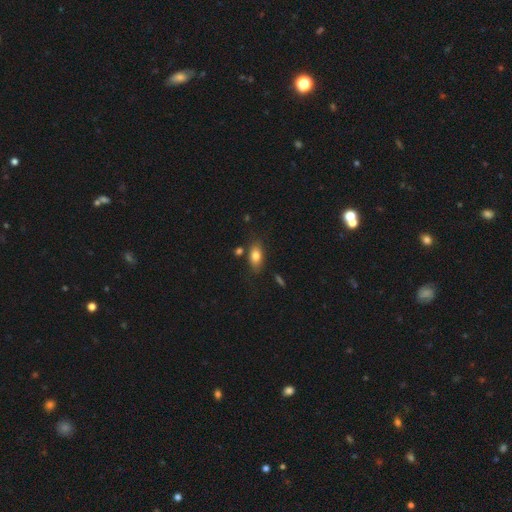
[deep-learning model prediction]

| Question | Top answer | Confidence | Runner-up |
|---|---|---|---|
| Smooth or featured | smooth | 80% | featured or disk (12%) |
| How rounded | in between | 86% | round (8%) |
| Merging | none | 78% | minor disturbance (14%) |